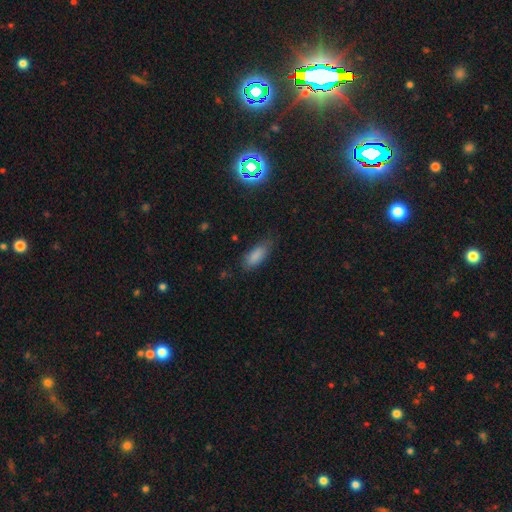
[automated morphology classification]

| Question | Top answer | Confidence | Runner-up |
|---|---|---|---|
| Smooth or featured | smooth | 85% | star or artifact (8%) |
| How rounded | in between | 82% | cigar-shaped (16%) |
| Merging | none | 68% | minor disturbance (24%) |